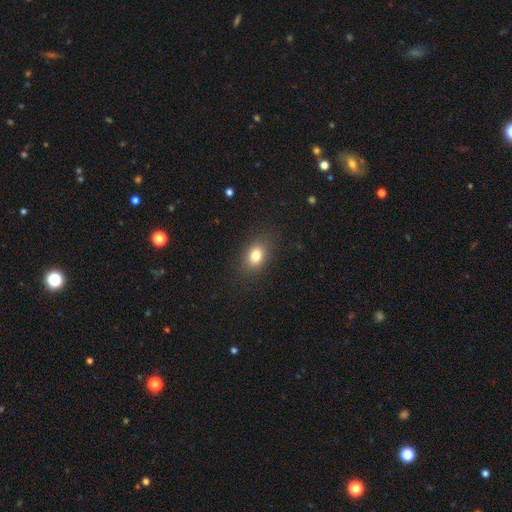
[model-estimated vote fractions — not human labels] Overall: smooth (80%). How rounded: in between (72%). Merging: none (86%).